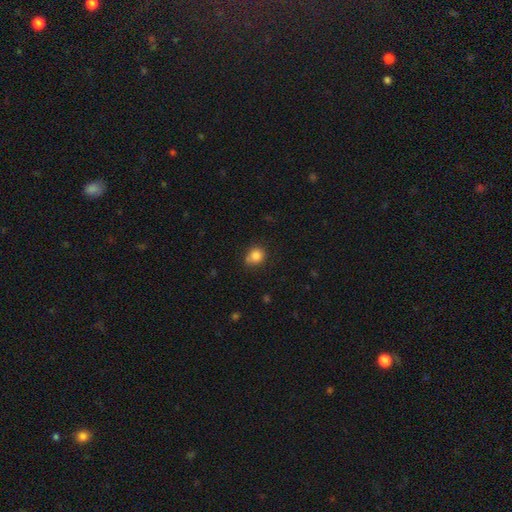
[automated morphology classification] type=smooth (84%); roundness=round (72%); merging=none (62%).